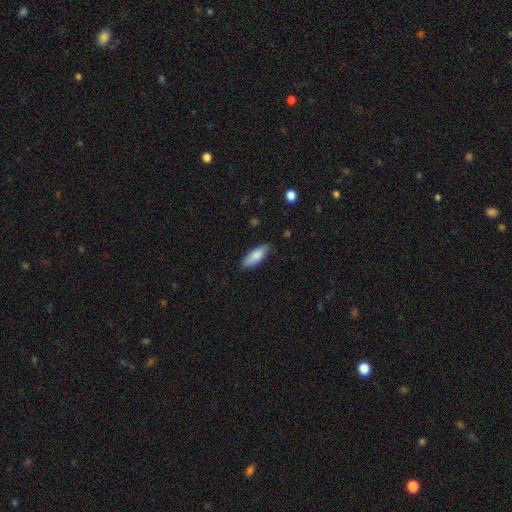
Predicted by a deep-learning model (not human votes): Q: Smooth or featured?
A: smooth (84%); runner-up: featured or disk (10%)
Q: How rounded?
A: in between (69%); runner-up: cigar-shaped (29%)
Q: Merging?
A: none (80%); runner-up: minor disturbance (16%)